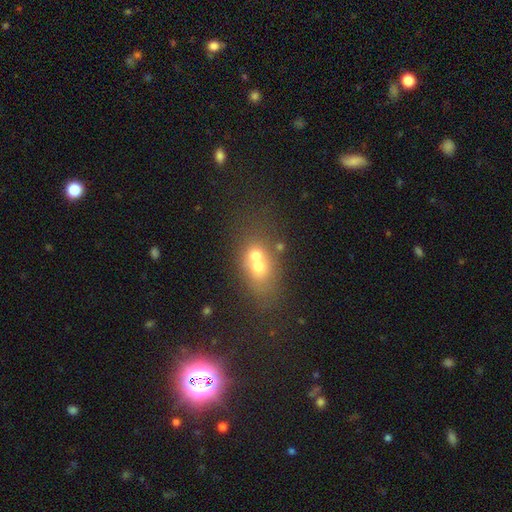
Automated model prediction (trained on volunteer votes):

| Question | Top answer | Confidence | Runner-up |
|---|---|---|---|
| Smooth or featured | smooth | 59% | featured or disk (28%) |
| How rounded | in between | 60% | round (38%) |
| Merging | merger | 64% | none (23%) |